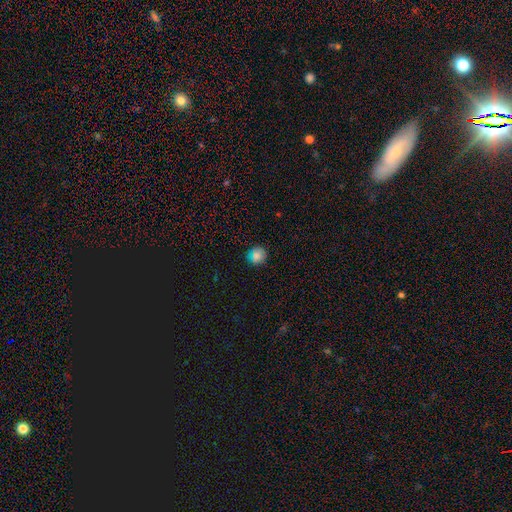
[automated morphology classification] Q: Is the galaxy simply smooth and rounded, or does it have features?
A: smooth — 81%.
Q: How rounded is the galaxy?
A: round — 84%.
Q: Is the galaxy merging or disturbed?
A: none — 85%.